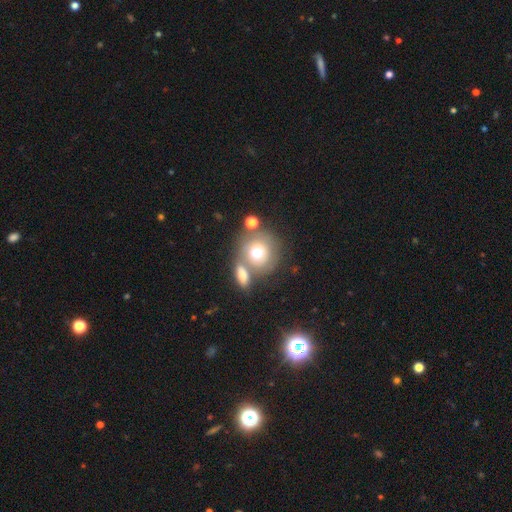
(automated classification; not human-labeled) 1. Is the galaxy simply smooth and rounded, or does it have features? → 59% smooth, 27% featured or disk, 13% star or artifact.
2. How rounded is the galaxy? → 84% round, 15% in between, 1% cigar-shaped.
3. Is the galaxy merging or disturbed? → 51% none, 34% merger, 11% minor disturbance, 5% major disturbance.